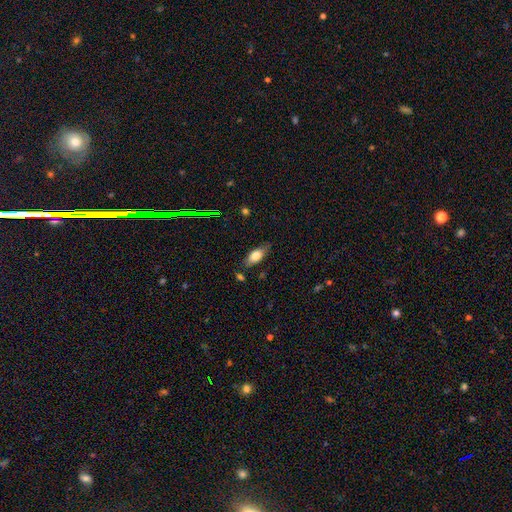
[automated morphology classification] A smooth galaxy with no disk features (75%) that is in between round and cigar-shaped (84%). Merging: none (75%).